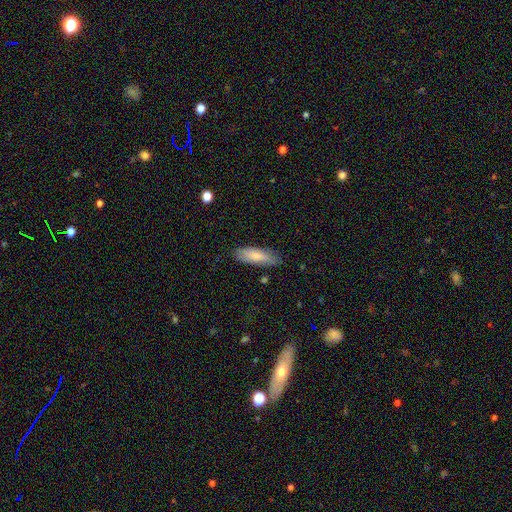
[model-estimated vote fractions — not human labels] Smooth or featured? Predicted: smooth (p=0.78). How rounded? Predicted: in between (p=0.58). Merging? Predicted: none (p=0.80).